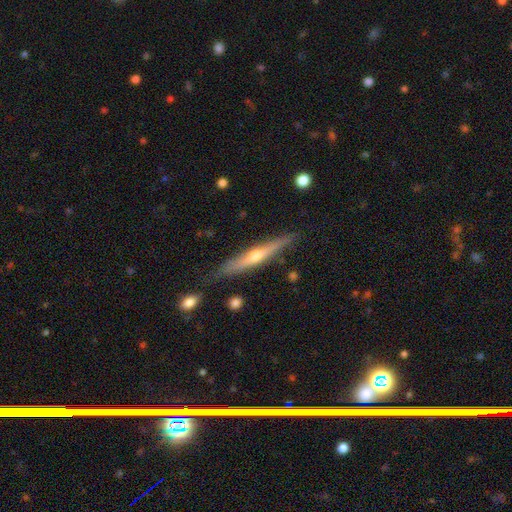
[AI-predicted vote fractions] Smooth or featured: featured or disk — 68% (smooth — 26%)
Edge-on disk: yes — 96% (no — 4%)
Edge-on bulge: rounded — 85% (none — 12%)
Merging: none — 83% (minor disturbance — 12%)